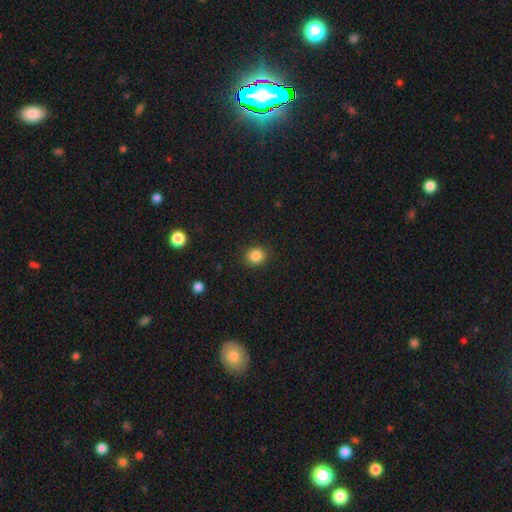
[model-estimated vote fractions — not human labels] The model was most divided on "how rounded": round: 81%, in between: 18%, cigar-shaped: 1%. More confident: merging — none (90%); smooth or featured — smooth (86%).